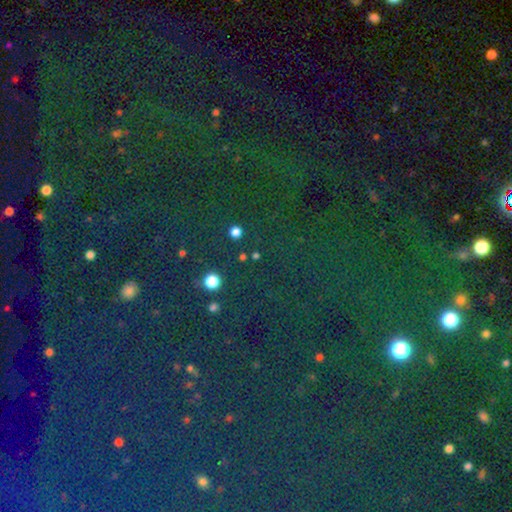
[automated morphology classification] smooth_or_featured: star or artifact (p=0.67) [alt: smooth p=0.26]